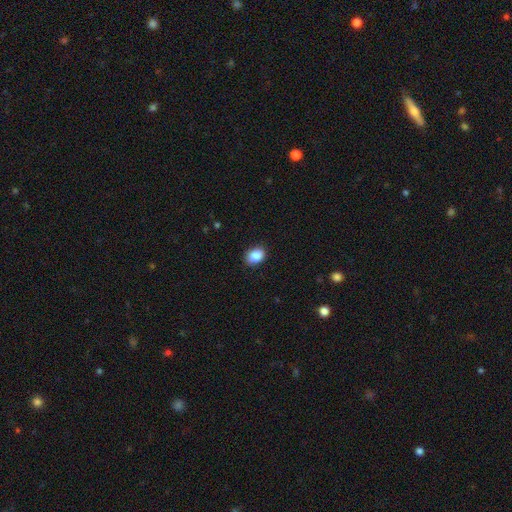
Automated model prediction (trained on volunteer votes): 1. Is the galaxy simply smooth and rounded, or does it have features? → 88% smooth, 8% star or artifact, 4% featured or disk.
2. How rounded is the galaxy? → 76% in between, 23% round, 1% cigar-shaped.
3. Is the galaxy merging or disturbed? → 89% none, 9% minor disturbance, 2% major disturbance, 1% merger.